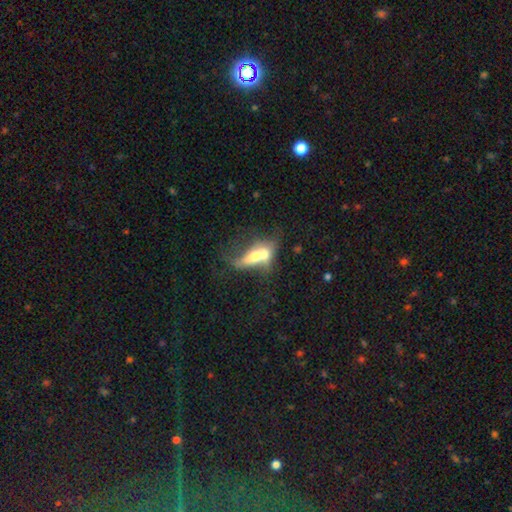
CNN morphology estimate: smooth_or_featured: featured or disk (p=0.46) [alt: smooth p=0.45]
merging: merger (p=0.62) [alt: major disturbance p=0.15]